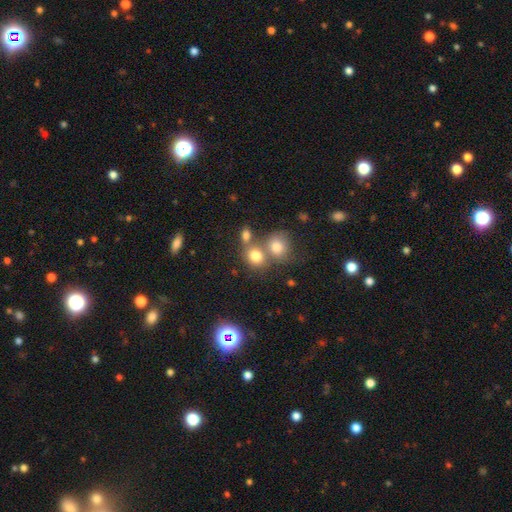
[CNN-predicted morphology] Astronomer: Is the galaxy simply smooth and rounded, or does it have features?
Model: smooth — 76%.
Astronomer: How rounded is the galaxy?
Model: round — 67%.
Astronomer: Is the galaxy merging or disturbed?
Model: merger — 43% (runner-up: none, 42%).